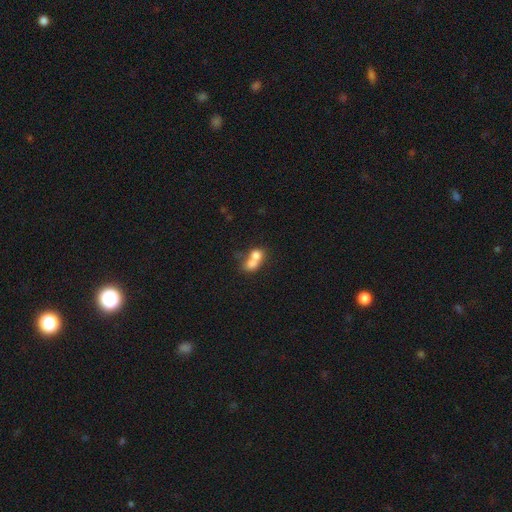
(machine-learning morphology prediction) A smooth galaxy with no disk features (69%) that is round (51%).

Vote fractions:
- Smooth or featured? smooth: 69% / featured or disk: 21% / star or artifact: 10%
- How rounded? round: 51% / in between: 47% / cigar-shaped: 2%
- Merging? merger: 72% / none: 18% / minor disturbance: 6% / major disturbance: 5%